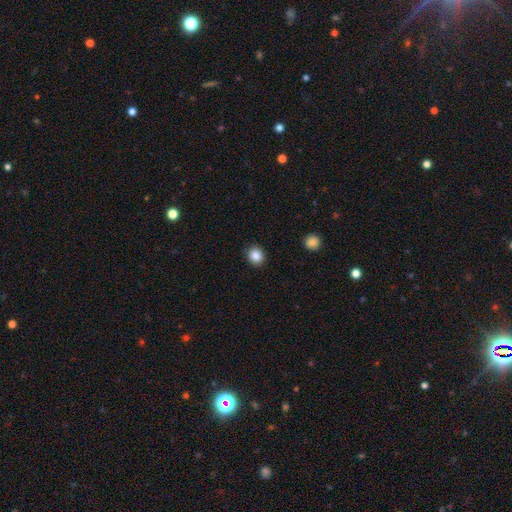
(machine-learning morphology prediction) This is clearly a smooth galaxy (87%). How rounded: likely round (65%). Merging: clearly none (89%).